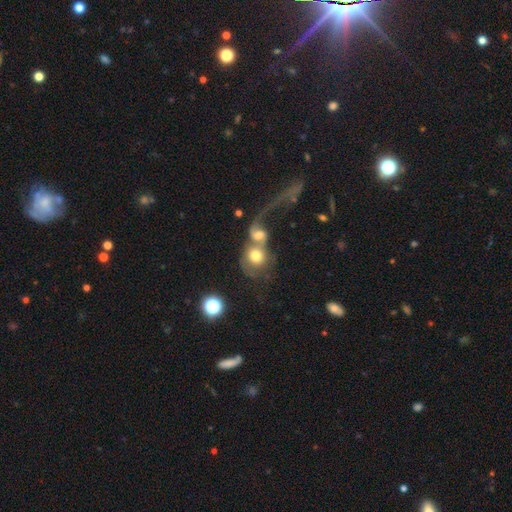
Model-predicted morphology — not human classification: type=smooth (47%); merging=merger (78%).